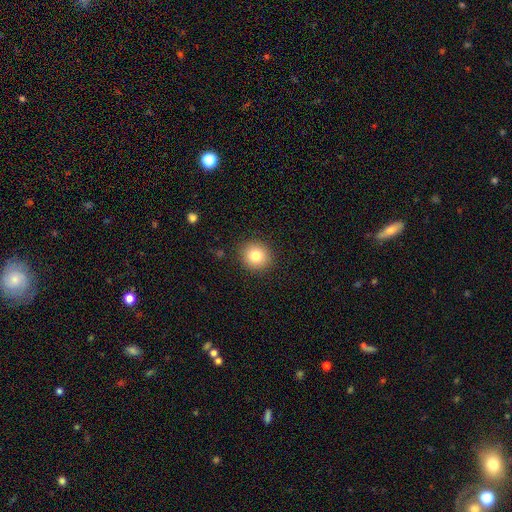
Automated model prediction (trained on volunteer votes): Q: Smooth or featured?
A: smooth (81%); runner-up: star or artifact (11%)
Q: How rounded?
A: round (88%); runner-up: in between (11%)
Q: Merging?
A: none (90%); runner-up: minor disturbance (7%)